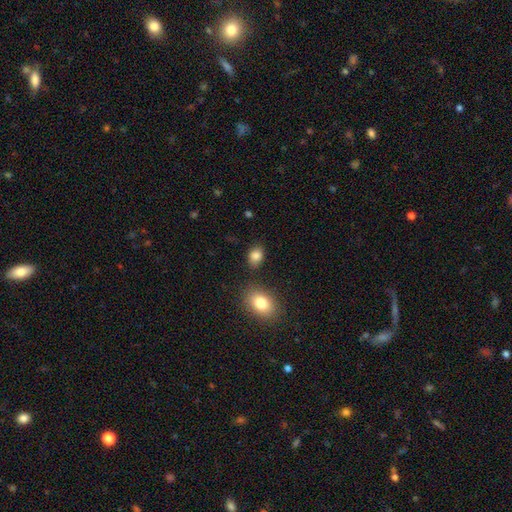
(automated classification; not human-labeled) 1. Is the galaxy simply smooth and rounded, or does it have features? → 85% smooth, 10% star or artifact, 6% featured or disk.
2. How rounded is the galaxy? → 66% in between, 32% round, 1% cigar-shaped.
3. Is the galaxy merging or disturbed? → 78% none, 13% minor disturbance, 5% merger, 4% major disturbance.